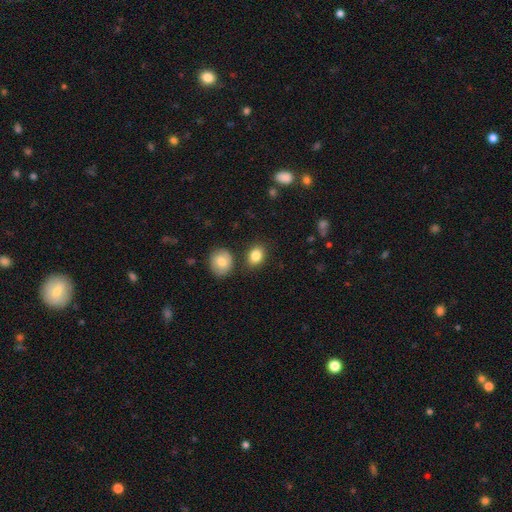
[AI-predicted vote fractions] Smooth or featured?
  - smooth: 84% *
  - star or artifact: 9%
  - featured or disk: 7%
How rounded?
  - in between: 65% *
  - round: 34%
  - cigar-shaped: 1%
Merging?
  - none: 79% *
  - minor disturbance: 11%
  - merger: 7%
  - major disturbance: 3%